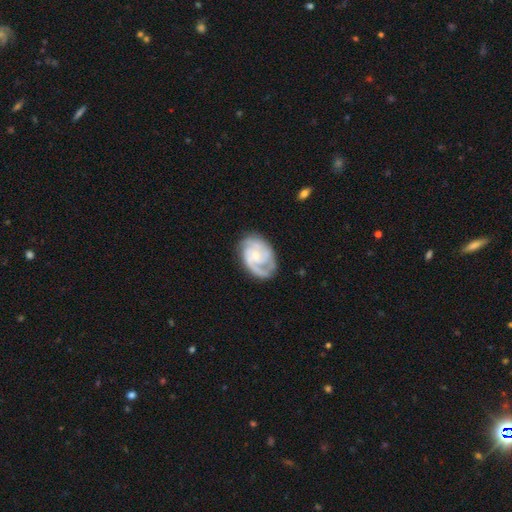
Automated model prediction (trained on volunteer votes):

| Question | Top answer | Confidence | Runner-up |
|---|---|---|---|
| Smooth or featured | featured or disk | 87% | smooth (9%) |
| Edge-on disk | no | 98% | yes (2%) |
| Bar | no | 64% | weak (31%) |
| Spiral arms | yes | 97% | no (3%) |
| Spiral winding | tight | 51% | medium (41%) |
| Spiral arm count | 2 | 41% | 3 (32%) |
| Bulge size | small | 63% | moderate (32%) |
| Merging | none | 74% | minor disturbance (18%) |